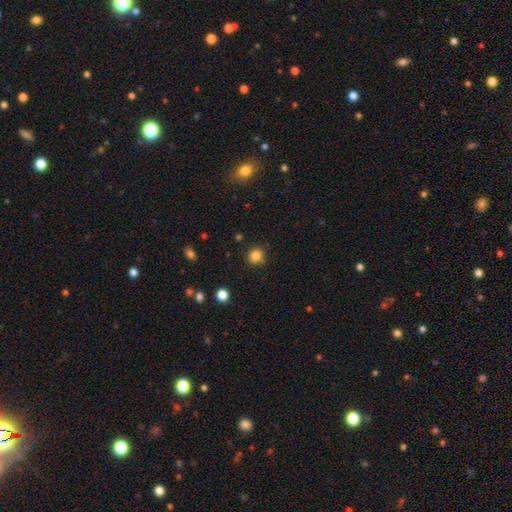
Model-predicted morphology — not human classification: A smooth galaxy with no disk features (84%) that is round (86%).

Vote fractions:
- Smooth or featured? smooth: 84% / star or artifact: 12% / featured or disk: 5%
- How rounded? round: 86% / in between: 13% / cigar-shaped: 1%
- Merging? none: 86% / minor disturbance: 10% / major disturbance: 2% / merger: 2%